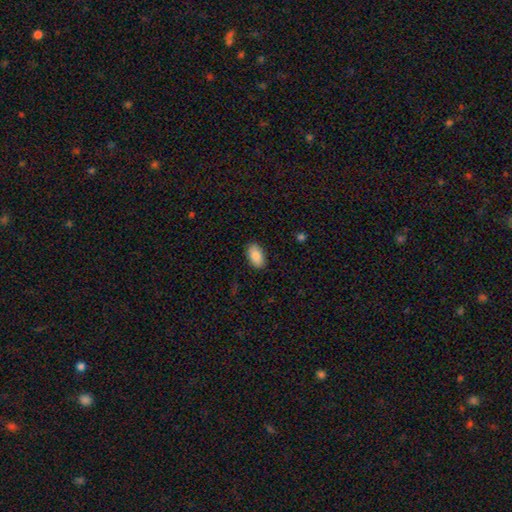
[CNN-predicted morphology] Q: Smooth or featured?
A: smooth (86%); runner-up: featured or disk (7%)
Q: How rounded?
A: in between (94%); runner-up: round (4%)
Q: Merging?
A: none (88%); runner-up: minor disturbance (9%)